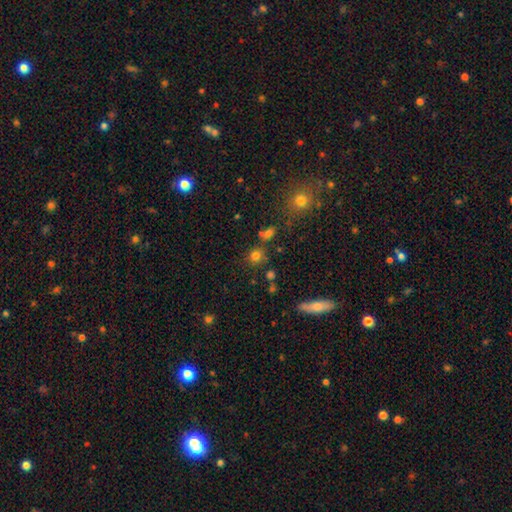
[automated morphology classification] Overall: smooth (76%). How rounded: round (82%). Merging: none (71%).